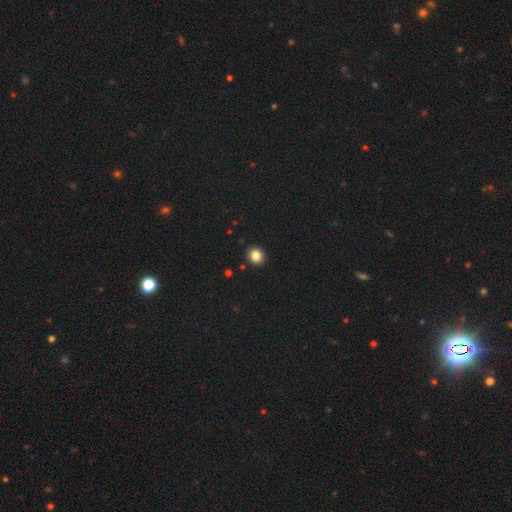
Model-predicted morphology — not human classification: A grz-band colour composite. It shows a smooth galaxy with no disk features (84%) that is round (83%). Merging: none (92%).